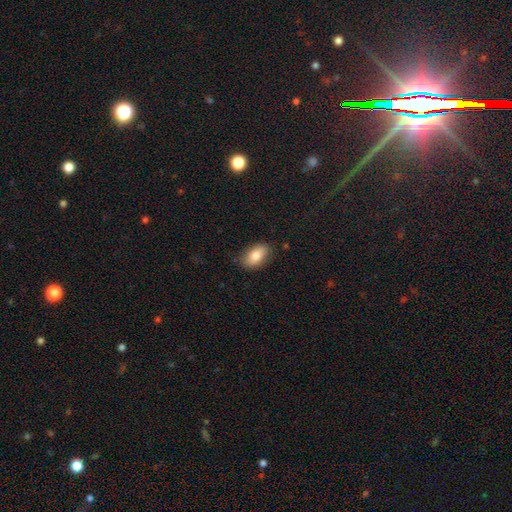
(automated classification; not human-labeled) Q: Smooth or featured?
A: smooth (81%); runner-up: featured or disk (12%)
Q: How rounded?
A: in between (90%); runner-up: round (6%)
Q: Merging?
A: none (81%); runner-up: minor disturbance (15%)